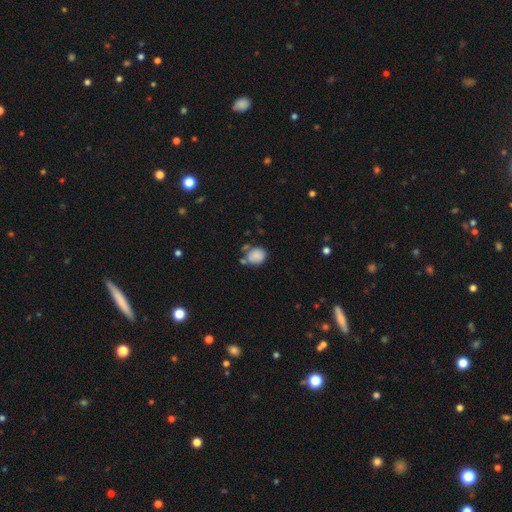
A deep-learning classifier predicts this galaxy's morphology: Smooth or featured?
  - smooth: 84% *
  - star or artifact: 9%
  - featured or disk: 7%
How rounded?
  - round: 70% *
  - in between: 29%
  - cigar-shaped: 1%
Merging?
  - none: 55% *
  - minor disturbance: 22%
  - merger: 16%
  - major disturbance: 7%